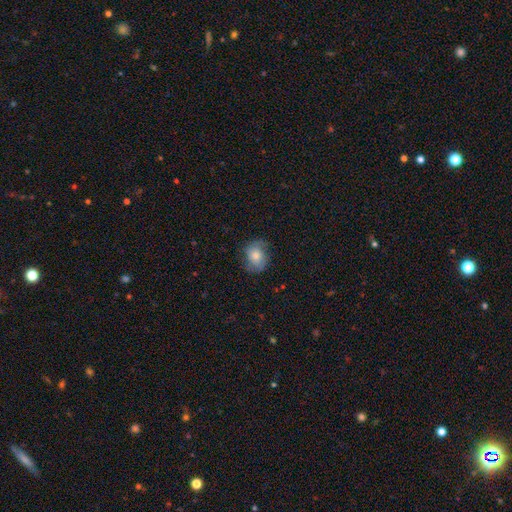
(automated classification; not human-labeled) This is likely a smooth galaxy (68%). How rounded: possibly in between (50%). Merging: likely none (68%).